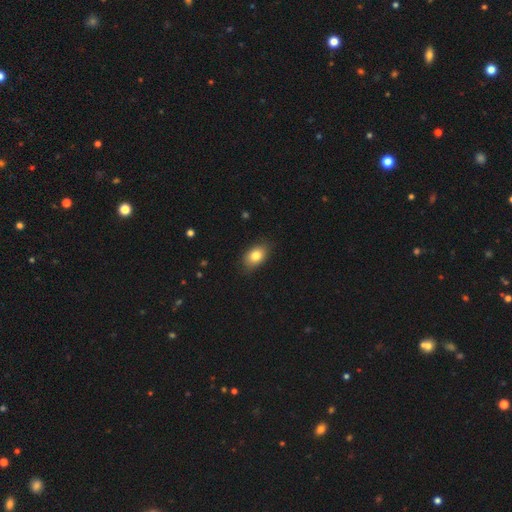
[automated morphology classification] Smooth or featured? Predicted: smooth (p=0.81). How rounded? Predicted: in between (p=0.84). Merging? Predicted: none (p=0.82).